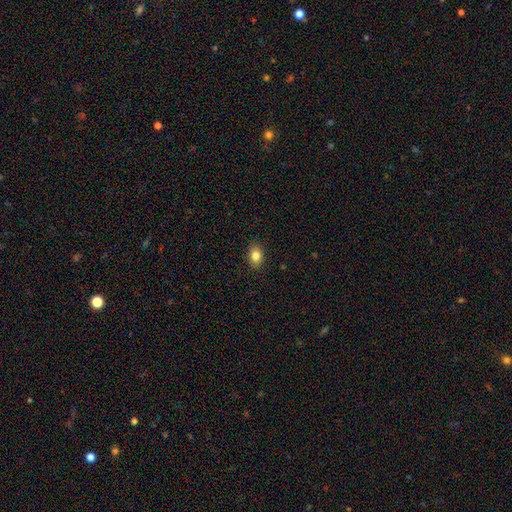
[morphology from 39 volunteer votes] This is clearly a smooth galaxy (85%). How rounded: likely in between (79%). Merging: clearly none (86%).